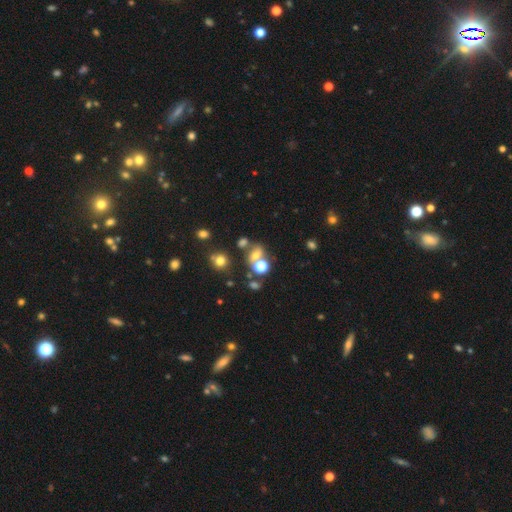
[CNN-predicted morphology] Q: Smooth or featured?
A: smooth (55%); runner-up: star or artifact (27%)
Q: How rounded?
A: round (55%); runner-up: in between (43%)
Q: Merging?
A: none (44%); runner-up: merger (34%)